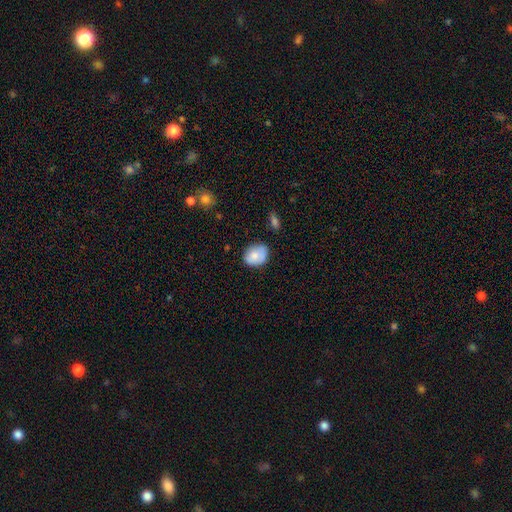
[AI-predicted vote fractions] Smooth or featured?
  - smooth: 79% *
  - featured or disk: 13%
  - star or artifact: 8%
How rounded?
  - in between: 56% *
  - round: 43%
  - cigar-shaped: 1%
Merging?
  - none: 68% *
  - minor disturbance: 25%
  - major disturbance: 4%
  - merger: 3%